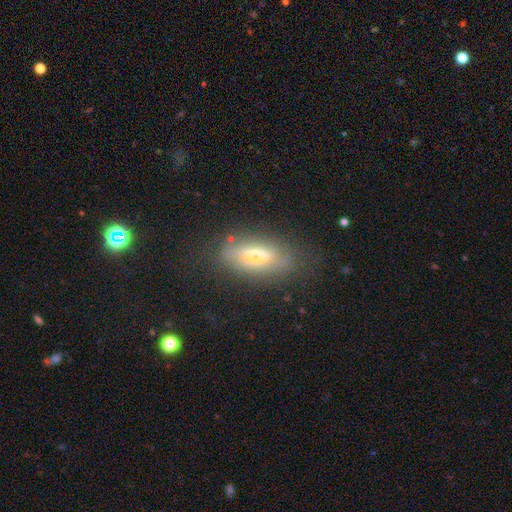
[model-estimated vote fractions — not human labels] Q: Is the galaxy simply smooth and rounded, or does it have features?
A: featured or disk — 50%.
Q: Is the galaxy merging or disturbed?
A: none — 72%.